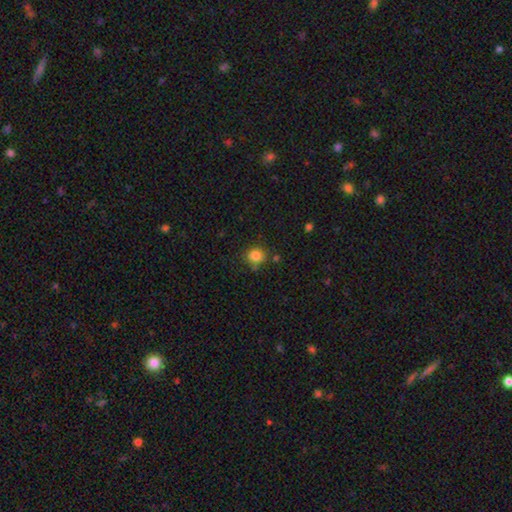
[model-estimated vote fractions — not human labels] A smooth galaxy with no disk features (84%) that is round (85%).

Vote fractions:
- Smooth or featured? smooth: 84% / star or artifact: 11% / featured or disk: 5%
- How rounded? round: 85% / in between: 14% / cigar-shaped: 1%
- Merging? none: 78% / minor disturbance: 12% / merger: 6% / major disturbance: 3%